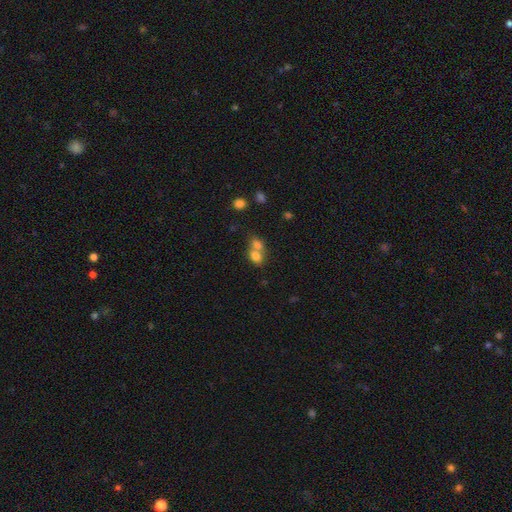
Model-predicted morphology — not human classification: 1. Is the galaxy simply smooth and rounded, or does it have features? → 75% smooth, 14% featured or disk, 11% star or artifact.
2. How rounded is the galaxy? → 57% in between, 41% round, 2% cigar-shaped.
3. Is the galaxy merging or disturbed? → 67% merger, 24% none, 6% minor disturbance, 3% major disturbance.